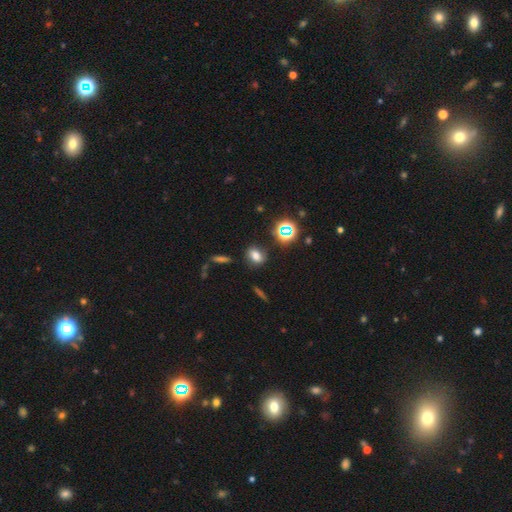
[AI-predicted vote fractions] The model was most divided on "how rounded": in between: 58%, round: 39%, cigar-shaped: 3%. More confident: merging — none (83%); smooth or featured — smooth (69%).